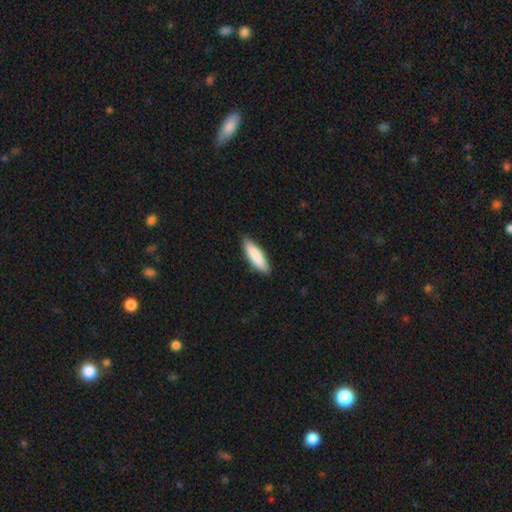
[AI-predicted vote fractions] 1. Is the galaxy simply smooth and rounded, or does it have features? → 85% smooth, 10% featured or disk, 5% star or artifact.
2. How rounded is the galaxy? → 59% cigar-shaped, 40% in between, 1% round.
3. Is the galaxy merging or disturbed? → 86% none, 11% minor disturbance, 2% major disturbance, 1% merger.